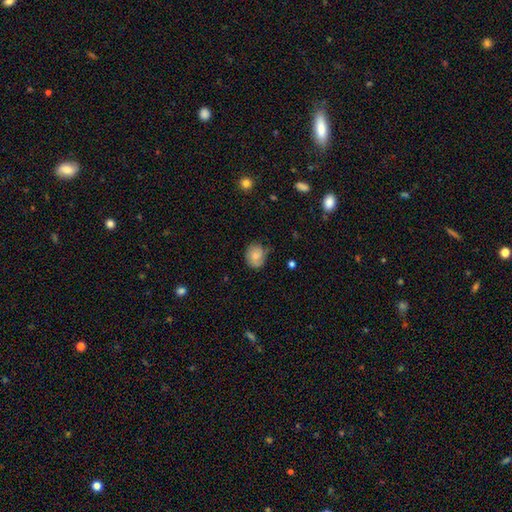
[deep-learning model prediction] Morphology: type=smooth (72%); roundness=round (60%); merging=none (64%).